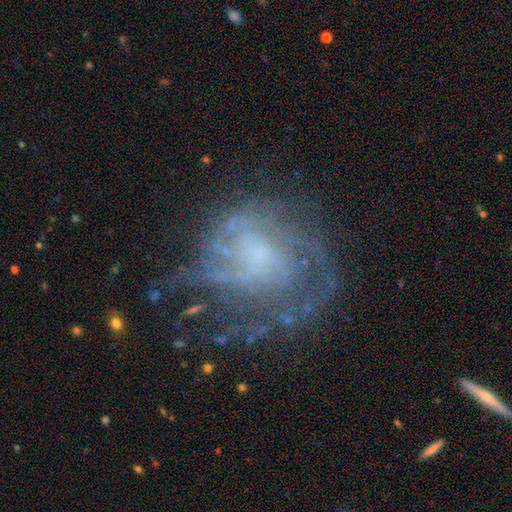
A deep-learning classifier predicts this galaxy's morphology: This is likely a featured or disk galaxy (74%). It is clearly not viewed edge-on (97%). Bar: likely no (76%). Spiral arm pattern: likely yes (74%). Spiral arm count: possibly can't tell (48%). Spiral winding: possibly tight (46%). Central bulge: marginally none (36%). Merging: possibly none (52%).